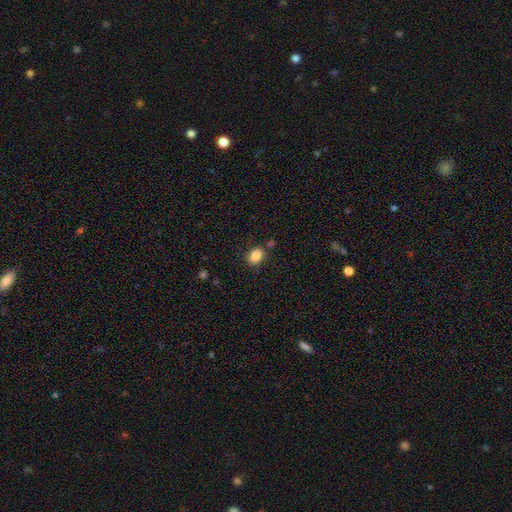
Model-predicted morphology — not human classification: Smooth or featured: smooth — 85% (star or artifact — 10%)
How rounded: in between — 65% (round — 34%)
Merging: none — 79% (minor disturbance — 12%)